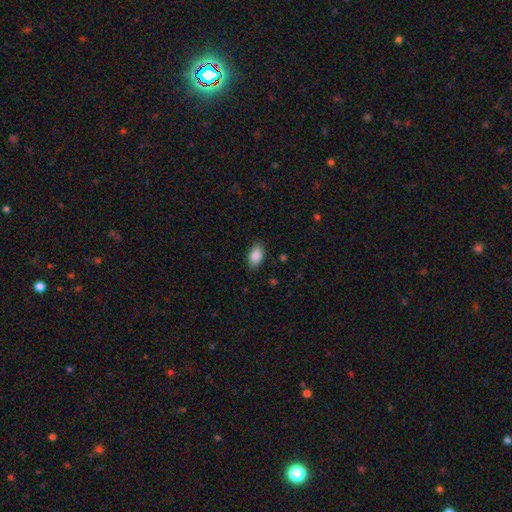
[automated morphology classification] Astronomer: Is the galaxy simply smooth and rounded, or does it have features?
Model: smooth — 88%.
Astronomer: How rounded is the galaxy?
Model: in between — 92%.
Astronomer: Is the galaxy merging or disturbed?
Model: none — 86%.